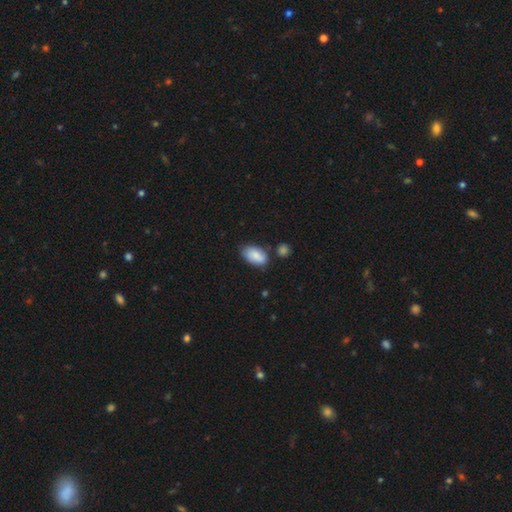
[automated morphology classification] Q: Smooth or featured?
A: smooth (83%); runner-up: featured or disk (10%)
Q: How rounded?
A: in between (94%); runner-up: round (4%)
Q: Merging?
A: none (65%); runner-up: minor disturbance (22%)